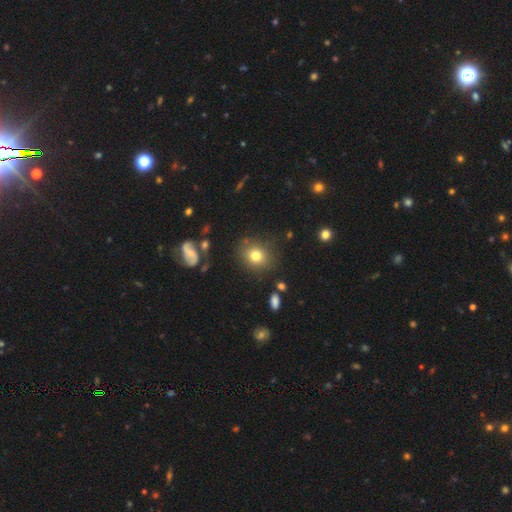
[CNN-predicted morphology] Overall: smooth (75%). How rounded: round (75%). Merging: none (81%).